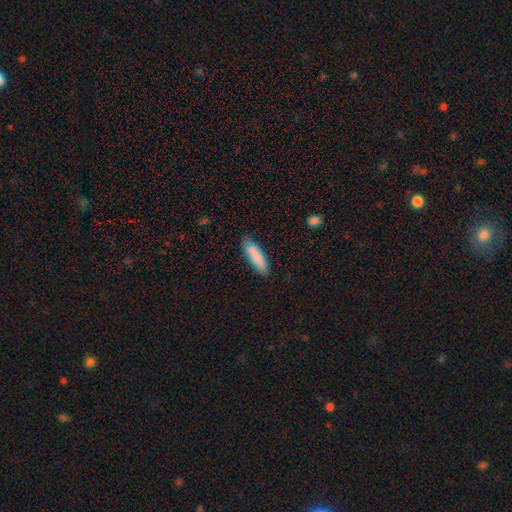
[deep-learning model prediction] A smooth galaxy with no disk features (84%) that is cigar-shaped (59%). Merging: none (78%).